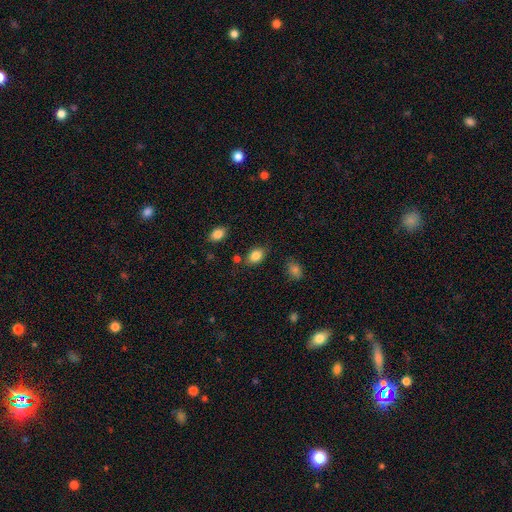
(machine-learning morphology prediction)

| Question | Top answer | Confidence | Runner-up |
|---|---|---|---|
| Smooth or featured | smooth | 85% | star or artifact (9%) |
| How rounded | in between | 80% | round (19%) |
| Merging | none | 78% | minor disturbance (14%) |